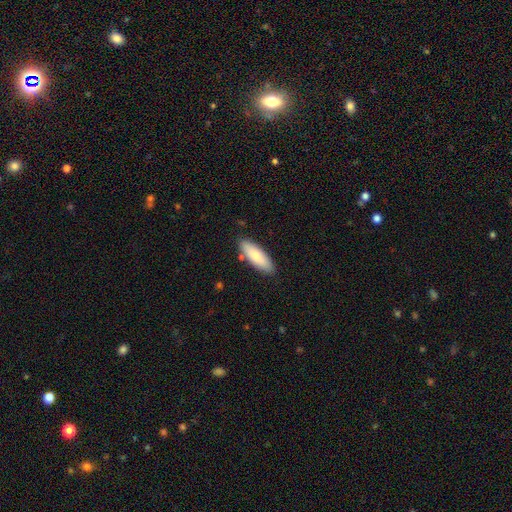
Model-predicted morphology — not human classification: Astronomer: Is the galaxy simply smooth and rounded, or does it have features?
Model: smooth — 78%.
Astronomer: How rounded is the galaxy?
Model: in between — 62%.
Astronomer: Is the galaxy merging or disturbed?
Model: none — 85%.